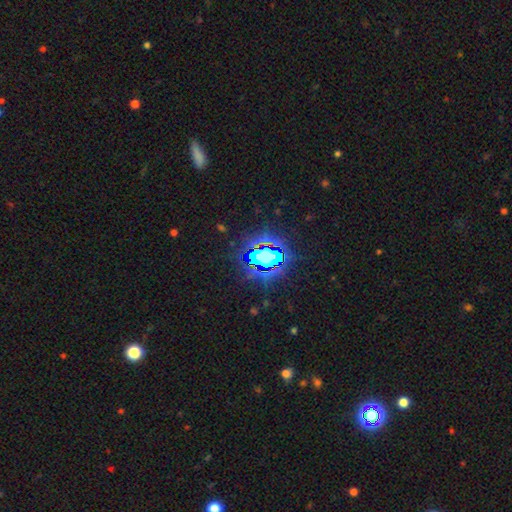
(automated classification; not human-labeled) smooth_or_featured: star or artifact (p=0.80) [alt: smooth p=0.12]